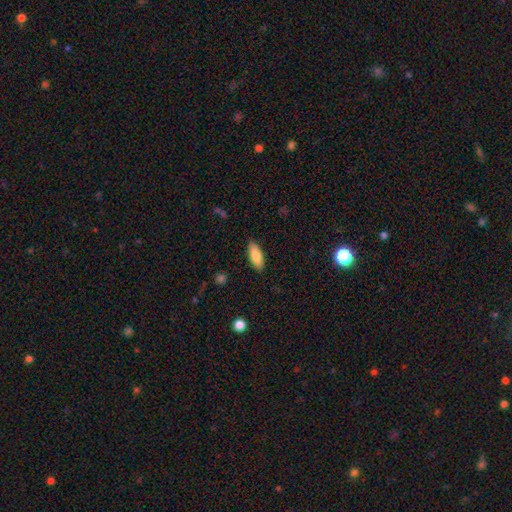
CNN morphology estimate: Smooth or featured? Predicted: smooth (p=0.82). How rounded? Predicted: in between (p=0.78). Merging? Predicted: none (p=0.89).